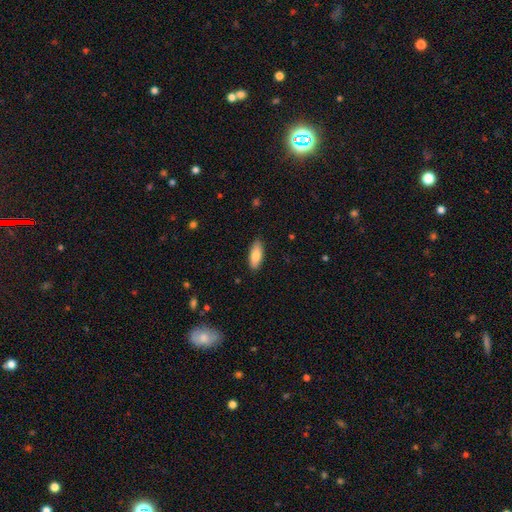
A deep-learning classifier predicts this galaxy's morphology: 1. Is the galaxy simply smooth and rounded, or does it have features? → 82% smooth, 12% featured or disk, 6% star or artifact.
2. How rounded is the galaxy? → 78% in between, 20% cigar-shaped, 2% round.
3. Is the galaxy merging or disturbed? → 87% none, 10% minor disturbance, 2% major disturbance, 1% merger.